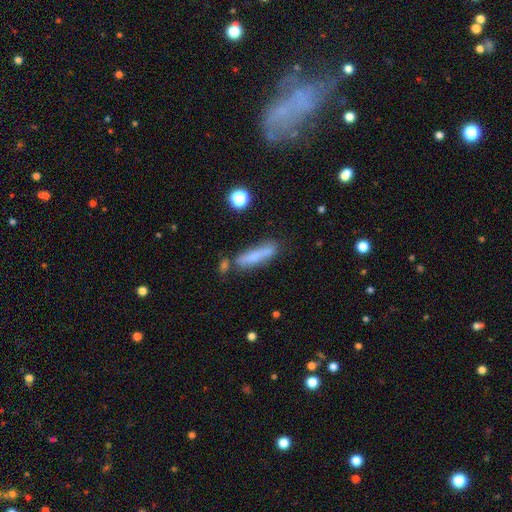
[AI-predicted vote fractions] The model was most divided on "merging": none: 59%, minor disturbance: 19%, merger: 15%, major disturbance: 7%. More confident: how rounded — cigar-shaped (78%); smooth or featured — smooth (69%).